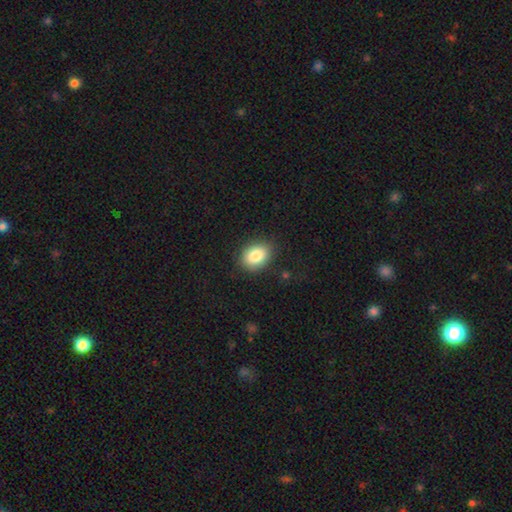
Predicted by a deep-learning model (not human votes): Smooth or featured: smooth — 85% (star or artifact — 8%)
How rounded: in between — 69% (round — 30%)
Merging: none — 85% (minor disturbance — 11%)